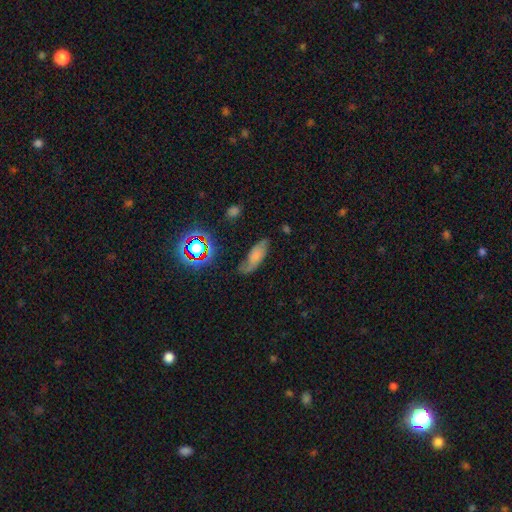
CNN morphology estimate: A smooth galaxy with no disk features (54%) that is in between round and cigar-shaped (69%).

Vote fractions:
- Smooth or featured? smooth: 54% / featured or disk: 31% / star or artifact: 15%
- How rounded? in between: 69% / cigar-shaped: 26% / round: 5%
- Merging? none: 59% / minor disturbance: 27% / major disturbance: 10% / merger: 3%